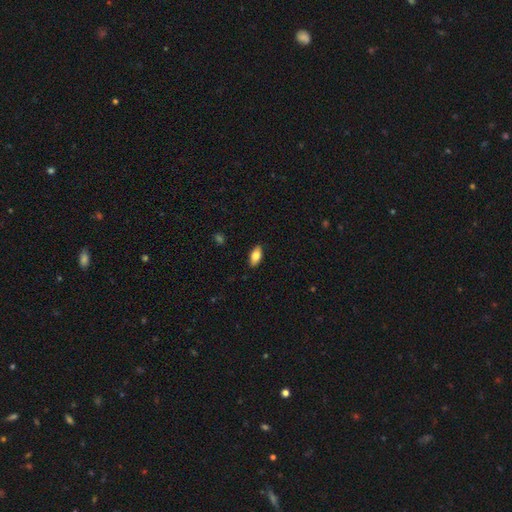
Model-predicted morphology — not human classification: Smooth or featured?
  - smooth: 80% *
  - featured or disk: 14%
  - star or artifact: 7%
How rounded?
  - in between: 89% *
  - cigar-shaped: 8%
  - round: 3%
Merging?
  - none: 88% *
  - minor disturbance: 9%
  - major disturbance: 2%
  - merger: 1%